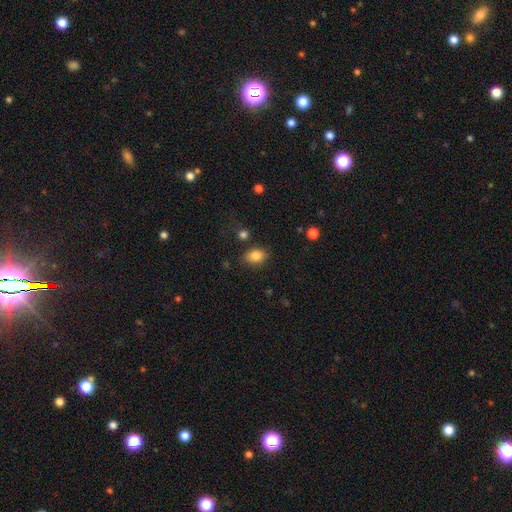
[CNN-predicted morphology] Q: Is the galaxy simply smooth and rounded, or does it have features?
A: smooth — 84%.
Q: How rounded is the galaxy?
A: in between — 63%.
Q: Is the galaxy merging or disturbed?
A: none — 79%.